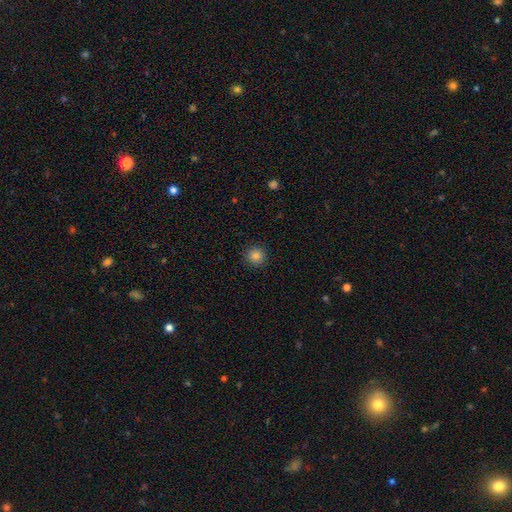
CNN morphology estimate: Smooth or featured?
  - smooth: 82% *
  - star or artifact: 12%
  - featured or disk: 6%
How rounded?
  - round: 94% *
  - in between: 5%
  - cigar-shaped: 1%
Merging?
  - none: 92% *
  - minor disturbance: 6%
  - major disturbance: 2%
  - merger: 1%